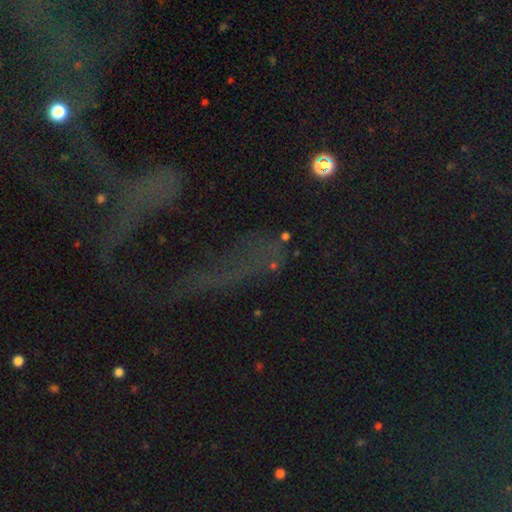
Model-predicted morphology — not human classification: Overall: star or artifact (70%).